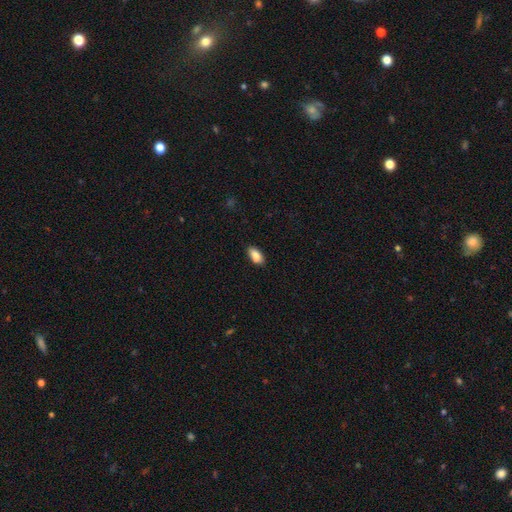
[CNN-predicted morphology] type=smooth (87%); roundness=in between (90%); merging=none (77%).